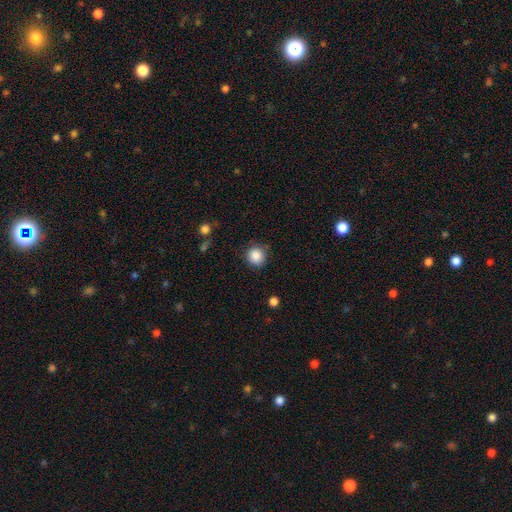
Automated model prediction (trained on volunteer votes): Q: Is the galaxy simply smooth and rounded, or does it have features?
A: smooth — 87%.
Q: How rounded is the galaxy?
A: round — 90%.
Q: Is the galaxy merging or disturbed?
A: none — 83%.